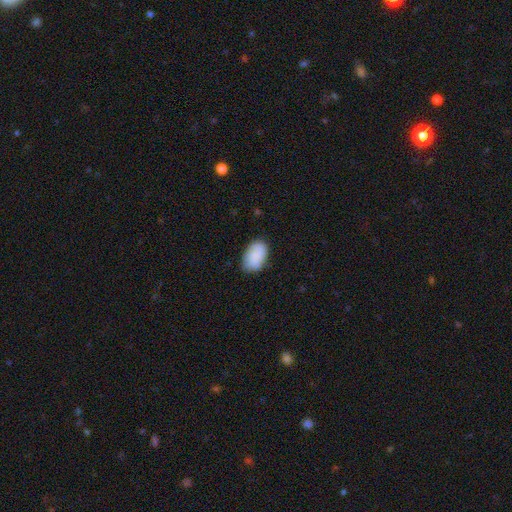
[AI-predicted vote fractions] Smooth or featured? Predicted: smooth (p=0.87). How rounded? Predicted: in between (p=0.92). Merging? Predicted: none (p=0.78).